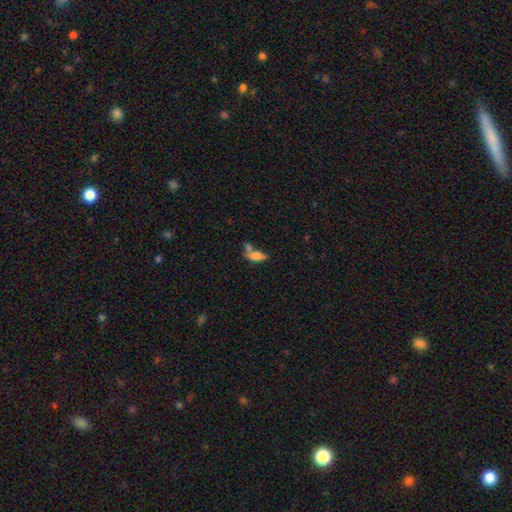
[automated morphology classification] Smooth or featured?
  - smooth: 70% *
  - featured or disk: 20%
  - star or artifact: 9%
How rounded?
  - in between: 72% *
  - cigar-shaped: 25%
  - round: 4%
Merging?
  - merger: 39% *
  - none: 35%
  - minor disturbance: 17%
  - major disturbance: 9%